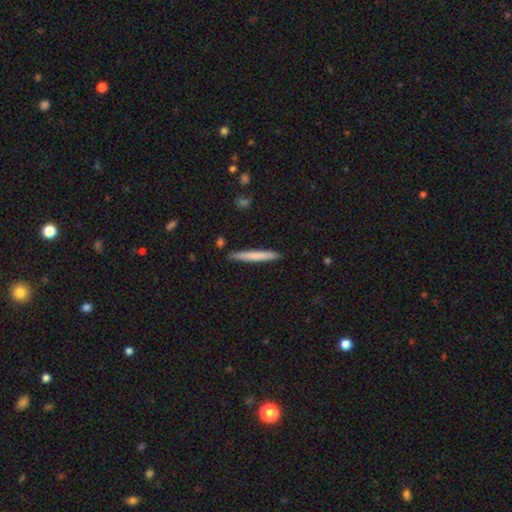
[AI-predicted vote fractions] Smooth or featured: smooth — 71% (featured or disk — 23%)
How rounded: cigar-shaped — 96% (in between — 2%)
Merging: none — 90% (minor disturbance — 8%)